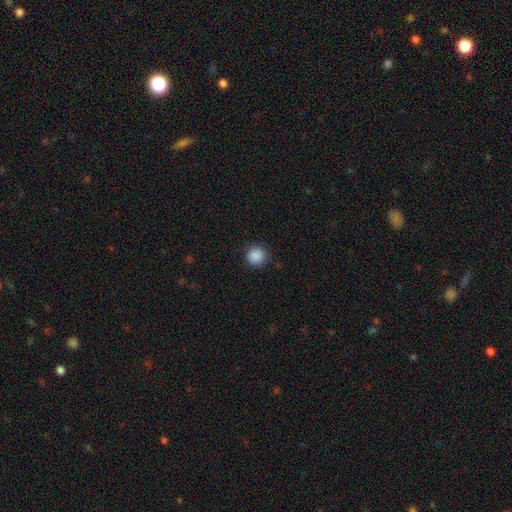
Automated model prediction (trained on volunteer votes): The model was most divided on "smooth or featured": smooth: 89%, star or artifact: 9%, featured or disk: 3%. More confident: how rounded — round (94%); merging — none (88%).